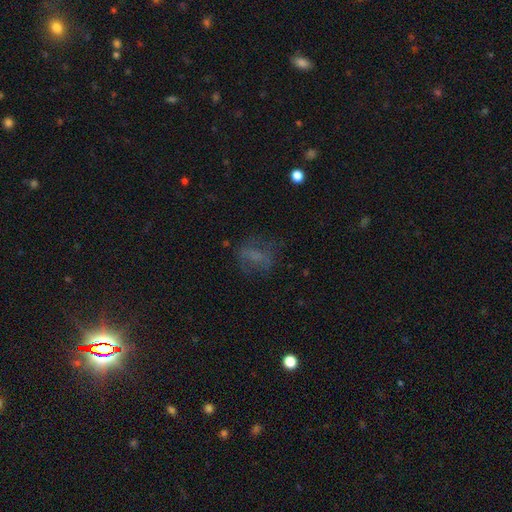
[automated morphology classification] smooth_or_featured: smooth (p=0.49) [alt: featured or disk p=0.29]
merging: none (p=0.59) [alt: major disturbance p=0.20]